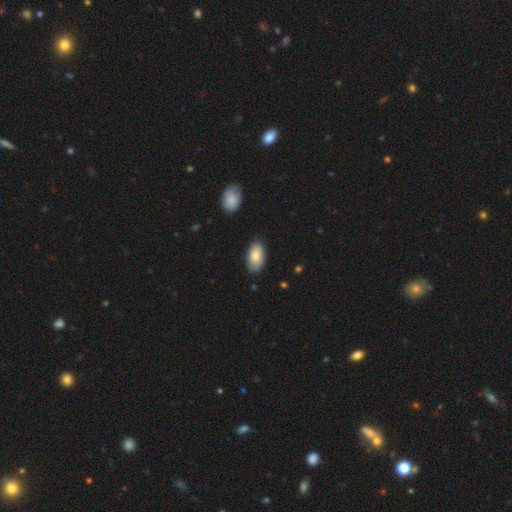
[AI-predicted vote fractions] This is clearly a smooth galaxy (84%). How rounded: clearly in between (95%). Merging: clearly none (82%).